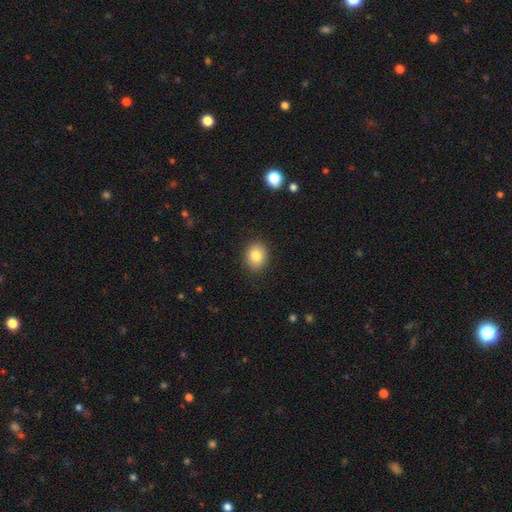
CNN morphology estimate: The model was most divided on "how rounded": round: 55%, in between: 44%, cigar-shaped: 1%. More confident: merging — none (88%); smooth or featured — smooth (81%).